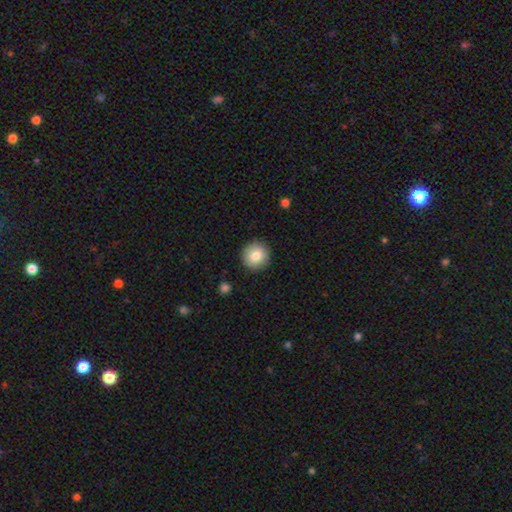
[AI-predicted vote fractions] Overall: smooth (82%). How rounded: round (92%). Merging: none (91%).